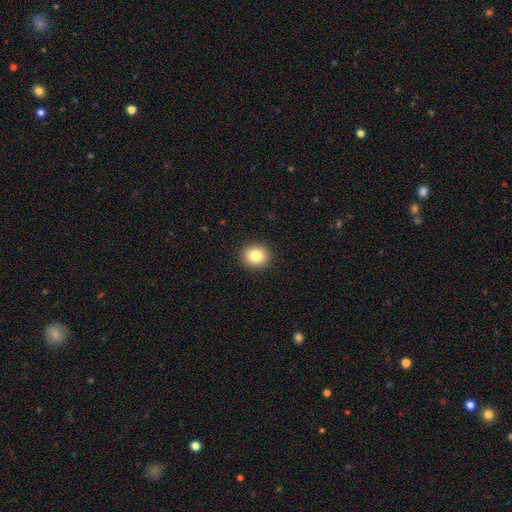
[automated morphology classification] This is clearly a smooth galaxy (83%). How rounded: clearly round (85%). Merging: clearly none (92%).